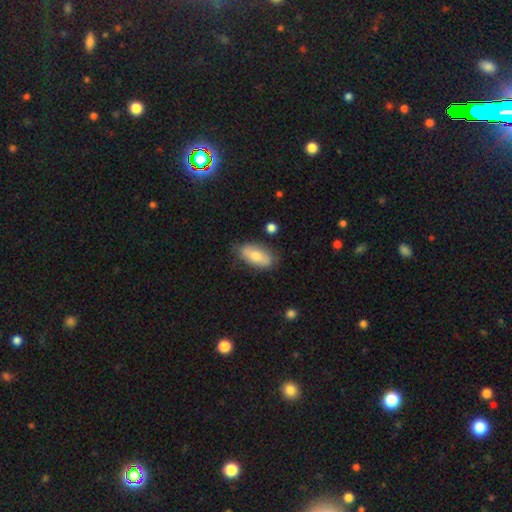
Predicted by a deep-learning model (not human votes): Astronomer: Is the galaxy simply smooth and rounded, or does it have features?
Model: smooth — 68%.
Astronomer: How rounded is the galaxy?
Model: in between — 88%.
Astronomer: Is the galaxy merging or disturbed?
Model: none — 77%.